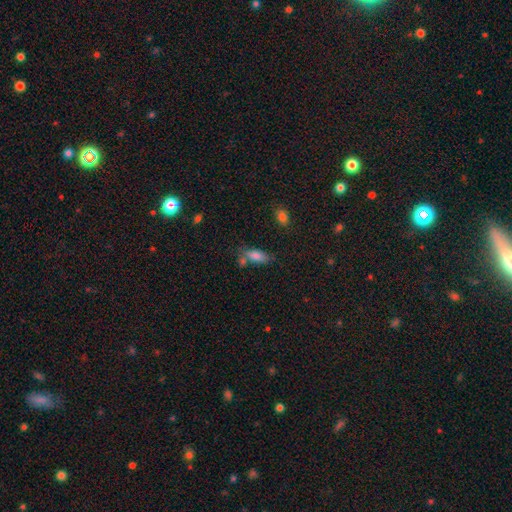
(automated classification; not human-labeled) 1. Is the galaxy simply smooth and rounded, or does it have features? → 81% smooth, 10% featured or disk, 9% star or artifact.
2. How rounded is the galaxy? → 77% in between, 20% cigar-shaped, 3% round.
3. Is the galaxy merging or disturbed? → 52% none, 22% merger, 19% minor disturbance, 7% major disturbance.